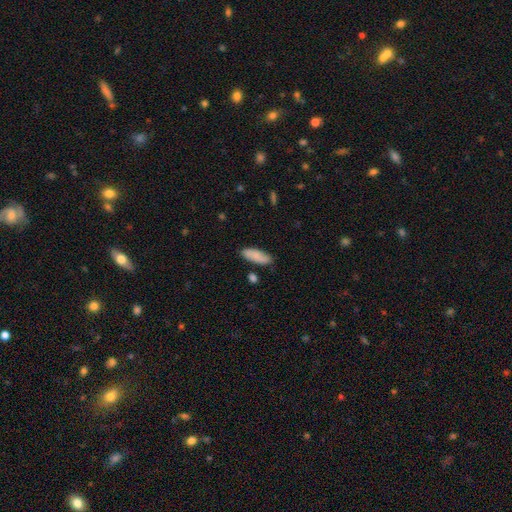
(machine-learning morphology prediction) Overall: smooth (85%). How rounded: in between (69%). Merging: none (80%).